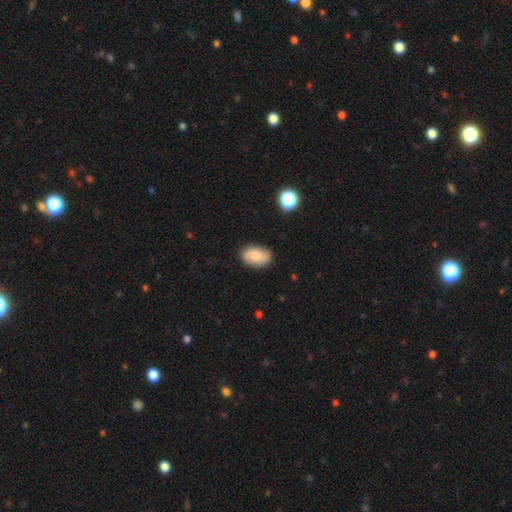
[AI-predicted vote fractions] A smooth galaxy with no disk features (78%) that is in between round and cigar-shaped (89%).

Vote fractions:
- Smooth or featured? smooth: 78% / featured or disk: 14% / star or artifact: 8%
- How rounded? in between: 89% / round: 9% / cigar-shaped: 1%
- Merging? none: 80% / minor disturbance: 15% / major disturbance: 3% / merger: 2%